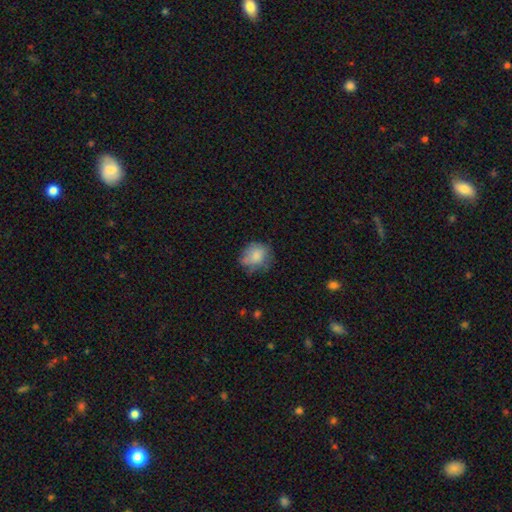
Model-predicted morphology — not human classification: This appears to be a smooth galaxy with no disk features (77%) that is round (68%). Merging: none (57%).